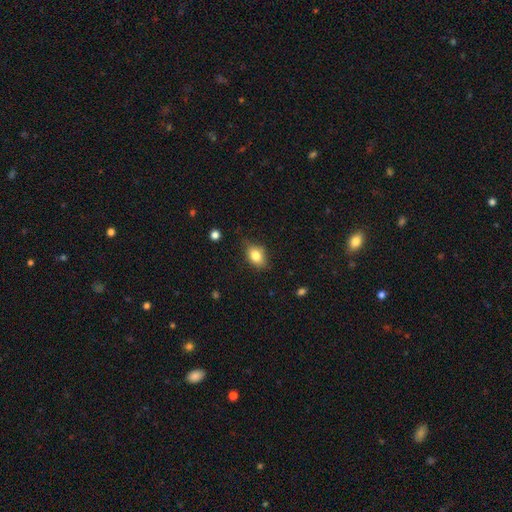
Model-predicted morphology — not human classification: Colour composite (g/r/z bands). It shows a smooth galaxy with no disk features (80%) that is in between round and cigar-shaped (78%). Merging: none (72%).